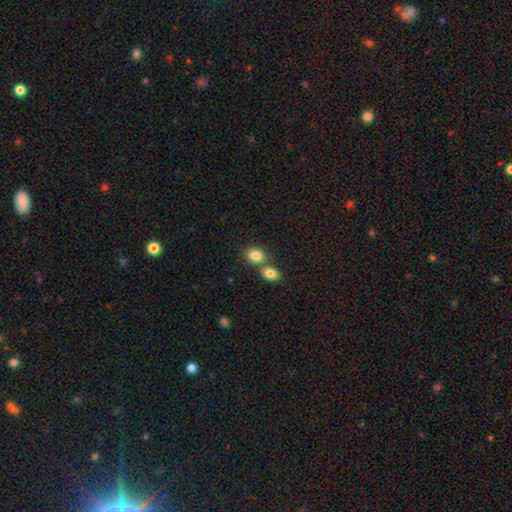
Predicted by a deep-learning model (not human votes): smooth-or-featured: smooth: 83% | star or artifact: 10% | featured or disk: 7%
  how-rounded: round: 58% | in between: 41% | cigar-shaped: 1%
  merging: none: 48% | merger: 41% | minor disturbance: 8% | major disturbance: 3%